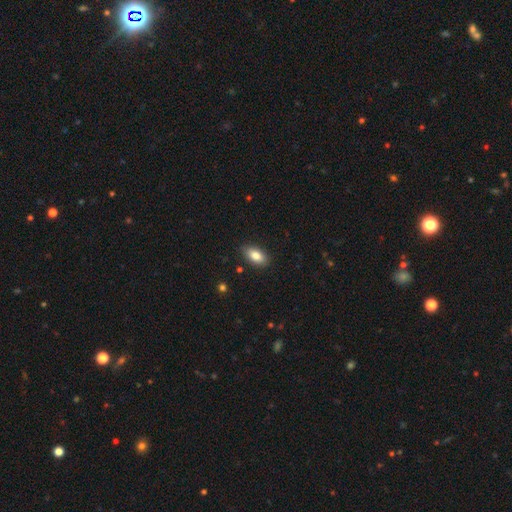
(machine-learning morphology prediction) A smooth galaxy with no disk features (83%) that is in between round and cigar-shaped (91%). Merging: none (86%).